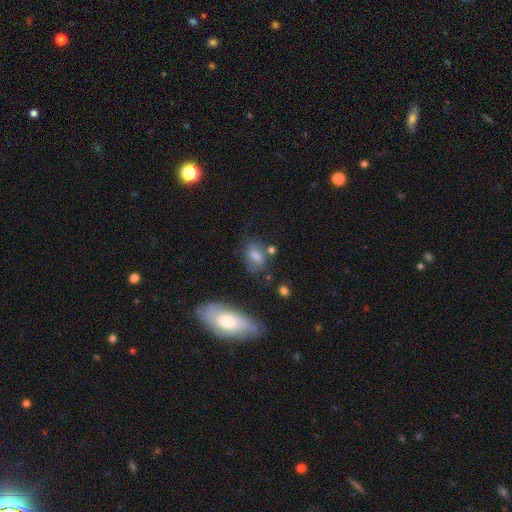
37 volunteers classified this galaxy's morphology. This is likely a smooth galaxy (76%). How rounded: likely in between (75%). Merging: possibly none (47%).